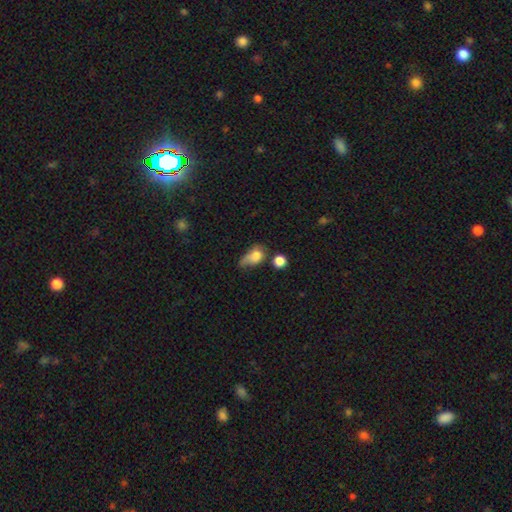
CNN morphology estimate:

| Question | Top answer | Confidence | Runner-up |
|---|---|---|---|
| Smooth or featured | smooth | 73% | featured or disk (16%) |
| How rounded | in between | 71% | round (25%) |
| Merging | major disturbance | 32% | minor disturbance (30%) |